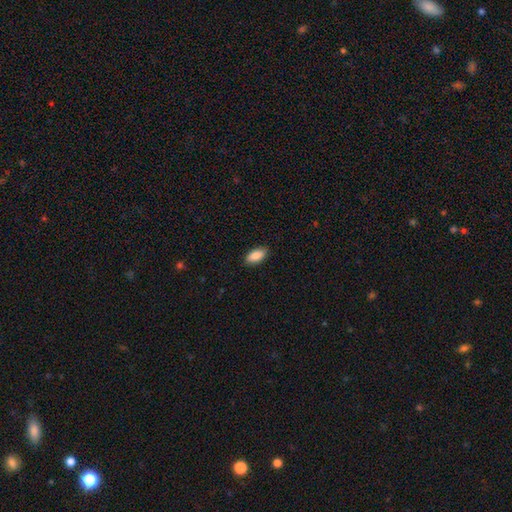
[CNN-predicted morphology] Overall: smooth (89%). How rounded: in between (93%). Merging: none (89%).